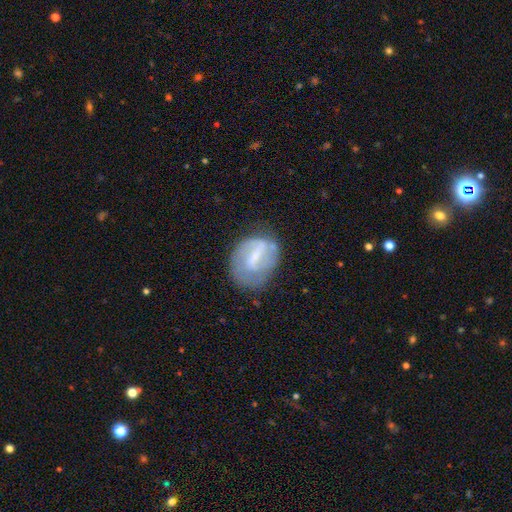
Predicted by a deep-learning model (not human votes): This appears to be a featured or disk galaxy (65%) with a weak bar (46%), spiral arms (70%) and a small central bulge (42%). Merging: none (58%).